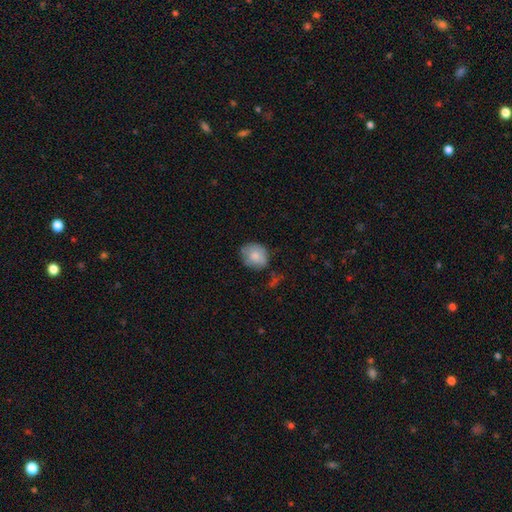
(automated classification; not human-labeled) Smooth or featured?
  - smooth: 78% *
  - featured or disk: 14%
  - star or artifact: 7%
How rounded?
  - round: 63% *
  - in between: 36%
  - cigar-shaped: 1%
Merging?
  - none: 65% *
  - minor disturbance: 25%
  - major disturbance: 6%
  - merger: 3%